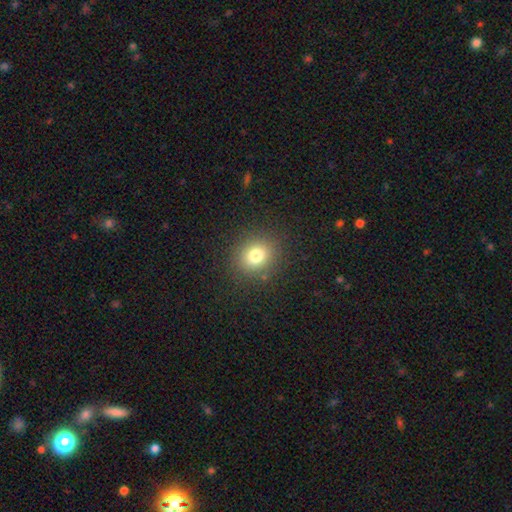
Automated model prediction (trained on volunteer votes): Smooth or featured?
  - smooth: 77% *
  - star or artifact: 16%
  - featured or disk: 7%
How rounded?
  - round: 77% *
  - in between: 22%
  - cigar-shaped: 1%
Merging?
  - none: 91% *
  - minor disturbance: 6%
  - major disturbance: 2%
  - merger: 1%